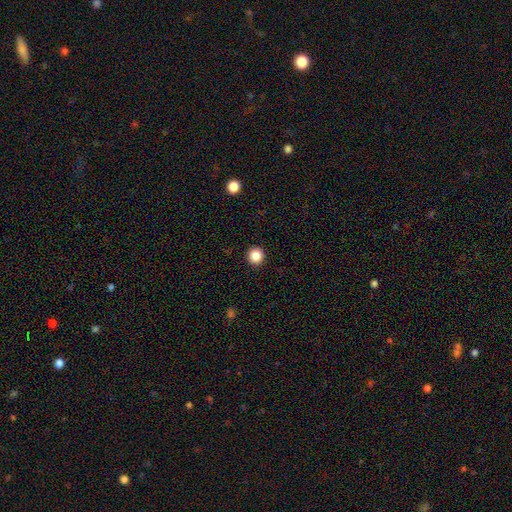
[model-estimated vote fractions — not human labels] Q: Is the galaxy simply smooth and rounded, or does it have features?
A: smooth — 87%.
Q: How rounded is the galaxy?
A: round — 94%.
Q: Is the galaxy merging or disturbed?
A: none — 93%.